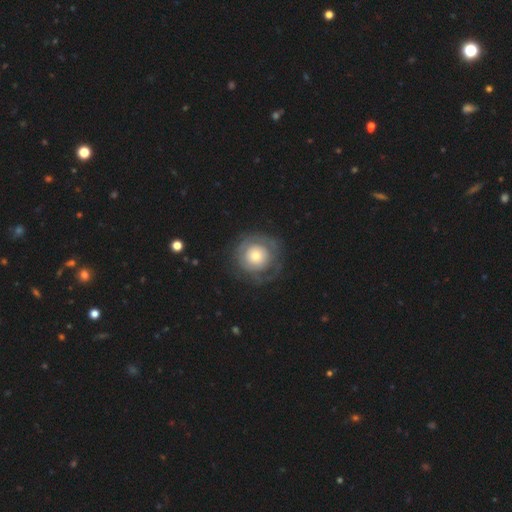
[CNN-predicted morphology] A featured or disk galaxy (48%). Merging: none (72%).